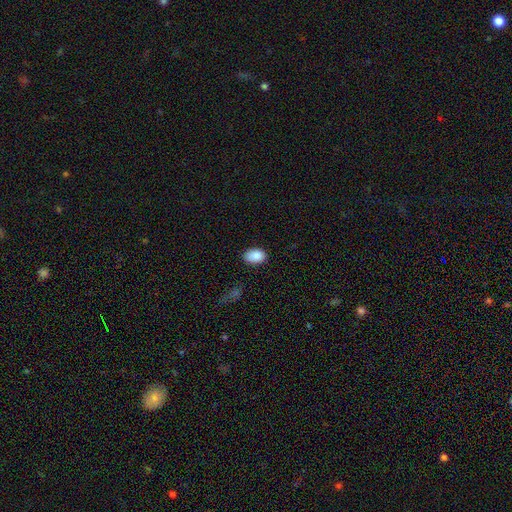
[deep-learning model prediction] The model was most divided on "merging": none: 82%, minor disturbance: 14%, major disturbance: 3%, merger: 2%. More confident: smooth or featured — smooth (88%); how rounded — in between (86%).